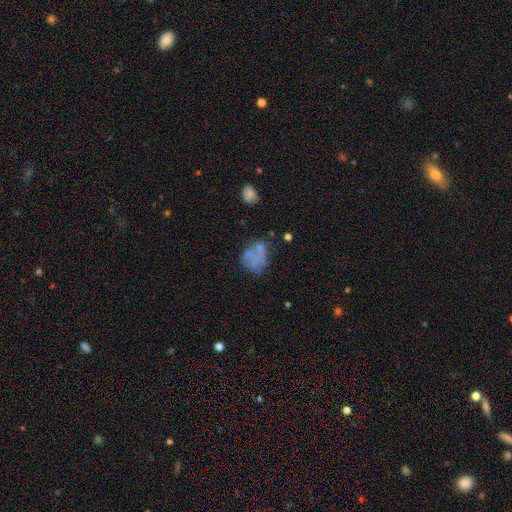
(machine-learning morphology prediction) Smooth or featured: smooth — 47% (featured or disk — 38%)
Merging: none — 42% (minor disturbance — 22%)